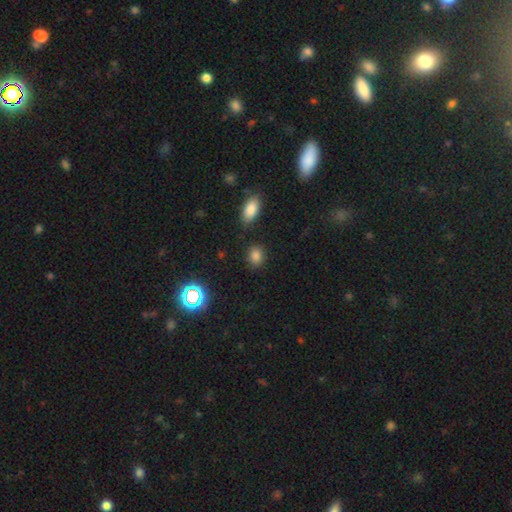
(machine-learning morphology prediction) A smooth galaxy with no disk features (82%) that is in between round and cigar-shaped (49%, tied with round).

Vote fractions:
- Smooth or featured? smooth: 82% / star or artifact: 13% / featured or disk: 4%
- How rounded? in between: 49% (tied) / round: 49% (tied) / cigar-shaped: 2%
- Merging? none: 84% / minor disturbance: 10% / merger: 3% / major disturbance: 3%